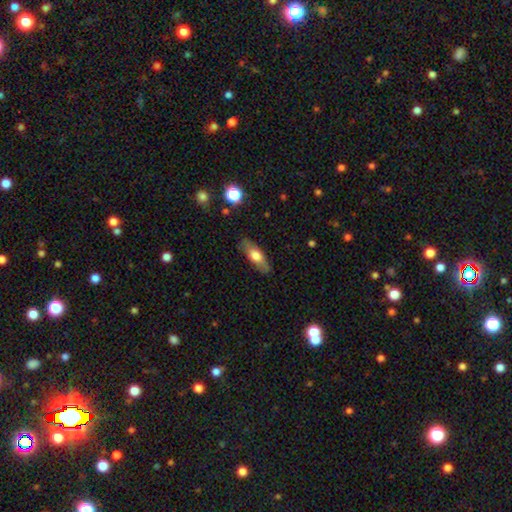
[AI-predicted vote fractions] Smooth or featured?
  - smooth: 62% *
  - featured or disk: 31%
  - star or artifact: 6%
How rounded?
  - in between: 65% *
  - cigar-shaped: 32%
  - round: 3%
Merging?
  - none: 83% *
  - minor disturbance: 13%
  - major disturbance: 3%
  - merger: 1%